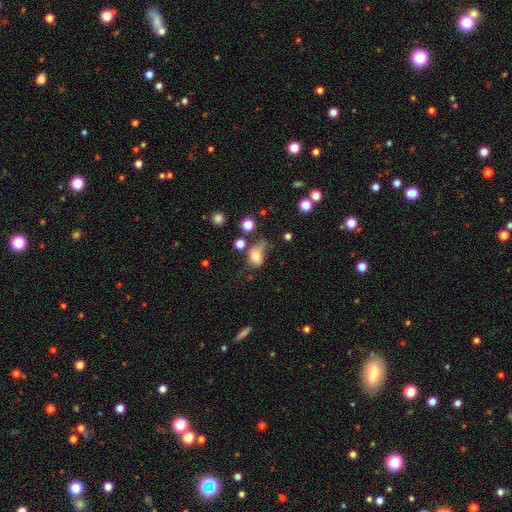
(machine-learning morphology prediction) Smooth or featured?
  - smooth: 73% *
  - featured or disk: 15%
  - star or artifact: 12%
How rounded?
  - in between: 66% *
  - round: 32%
  - cigar-shaped: 2%
Merging?
  - minor disturbance: 32% *
  - major disturbance: 30%
  - none: 28%
  - merger: 10%